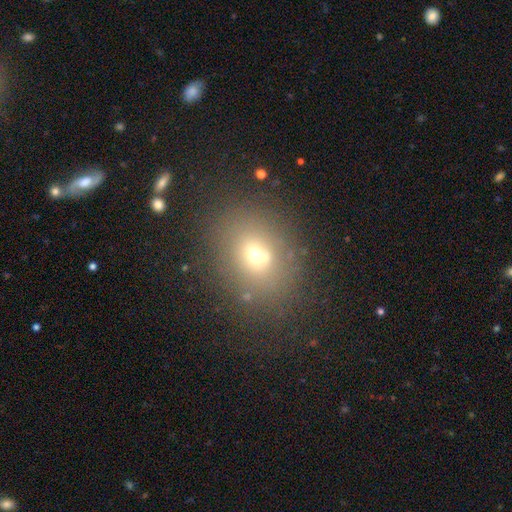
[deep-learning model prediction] smooth 63%, star or artifact 21%, featured or disk 16%. Down the decision tree: how rounded — in between (51%); merging — none (73%).